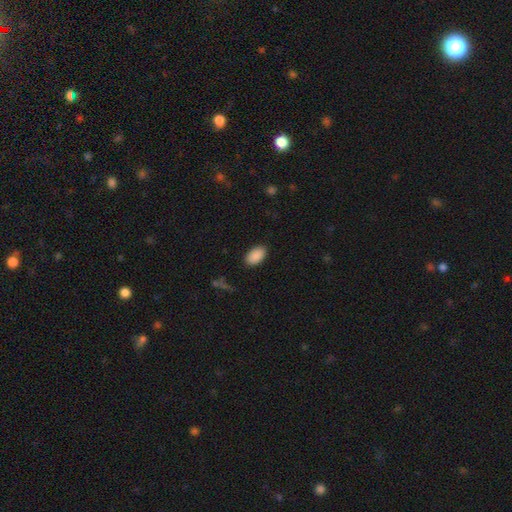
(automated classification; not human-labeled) smooth_or_featured: smooth (p=0.90) [alt: star or artifact p=0.07]
how_rounded: in between (p=0.93) [alt: round p=0.06]
merging: none (p=0.88) [alt: minor disturbance p=0.08]